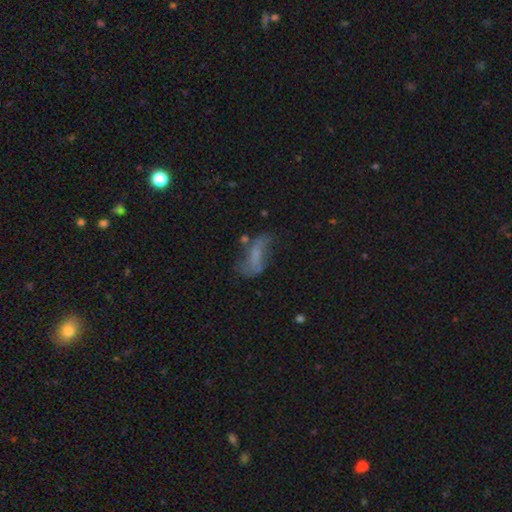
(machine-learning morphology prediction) Smooth or featured?
  - featured or disk: 46% *
  - smooth: 39%
  - star or artifact: 14%
Merging?
  - none: 38% *
  - major disturbance: 29%
  - minor disturbance: 25%
  - merger: 8%